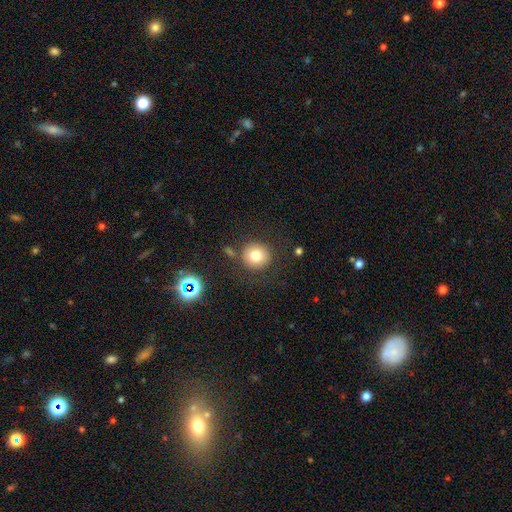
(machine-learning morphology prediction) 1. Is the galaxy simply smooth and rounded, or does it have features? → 79% smooth, 12% star or artifact, 9% featured or disk.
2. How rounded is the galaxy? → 93% round, 6% in between, 1% cigar-shaped.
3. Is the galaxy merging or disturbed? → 81% none, 10% minor disturbance, 5% merger, 4% major disturbance.